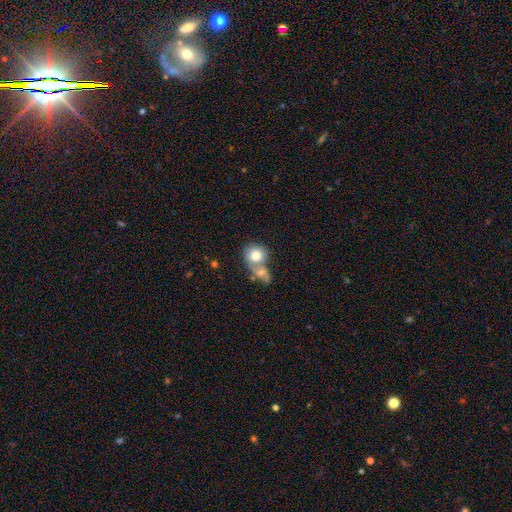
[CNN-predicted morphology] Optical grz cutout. It shows a smooth galaxy with no disk features (76%) that is round (75%). Merging: merger (61%).